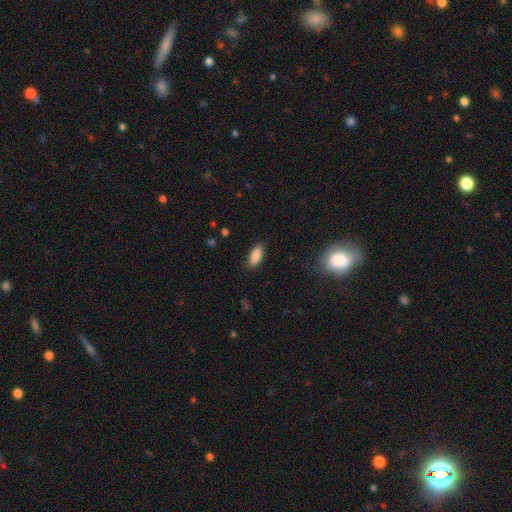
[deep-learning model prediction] This appears to be a smooth galaxy with no disk features (86%) that is in between round and cigar-shaped (83%). Merging: none (85%).